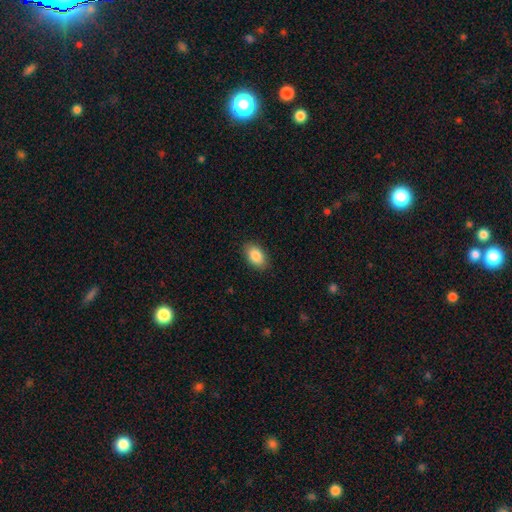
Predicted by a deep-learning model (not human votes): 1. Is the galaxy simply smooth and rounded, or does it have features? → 87% smooth, 7% star or artifact, 6% featured or disk.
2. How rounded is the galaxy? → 91% in between, 7% round, 2% cigar-shaped.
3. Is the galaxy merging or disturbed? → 88% none, 9% minor disturbance, 2% major disturbance, 1% merger.